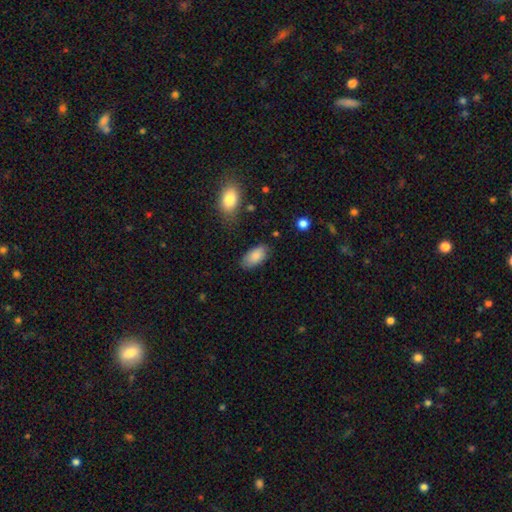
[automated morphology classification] A smooth galaxy with no disk features (86%) that is in between round and cigar-shaped (94%). Merging: none (76%).